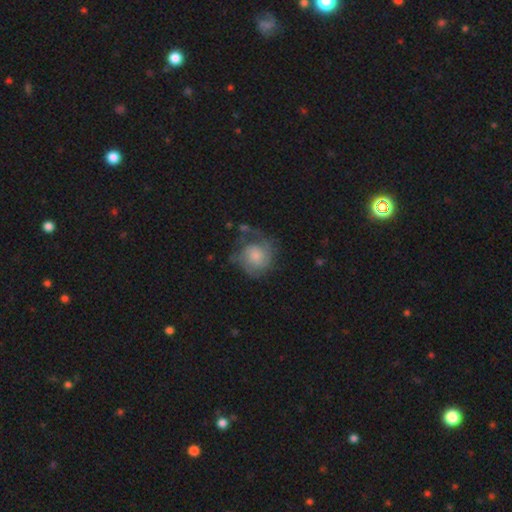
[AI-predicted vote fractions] This is possibly a featured or disk galaxy (56%). It is clearly not viewed edge-on (98%). Bar: likely no (75%). Spiral arm pattern: clearly yes (85%). Central bulge: marginally small (35%, tied with moderate). Merging: possibly none (48%).